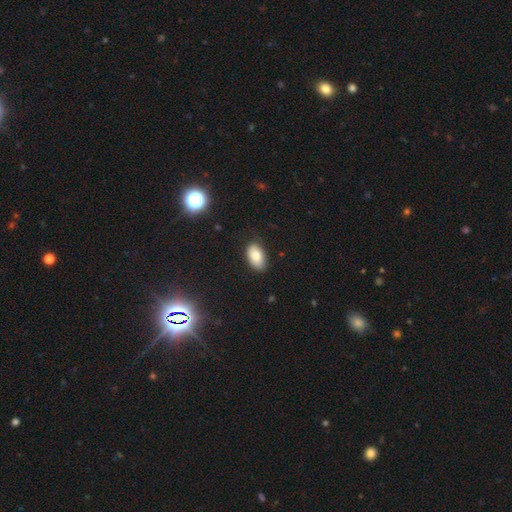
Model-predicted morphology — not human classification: smooth 82%, featured or disk 9%, star or artifact 9%. Down the decision tree: how rounded — in between (94%); merging — none (80%).